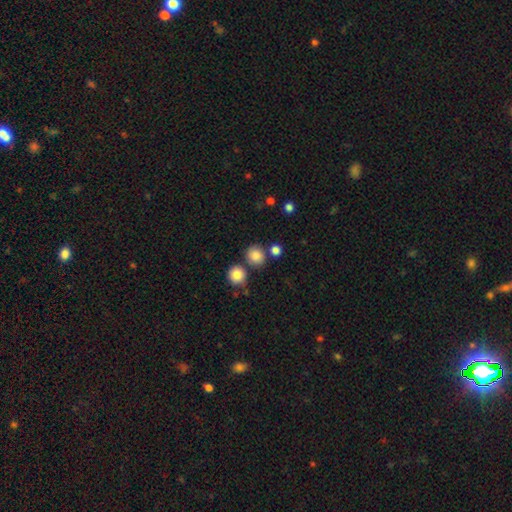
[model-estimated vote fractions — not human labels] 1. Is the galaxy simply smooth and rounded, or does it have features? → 84% smooth, 11% star or artifact, 6% featured or disk.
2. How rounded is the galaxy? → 86% round, 14% in between, 1% cigar-shaped.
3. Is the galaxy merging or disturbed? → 72% none, 14% merger, 10% minor disturbance, 4% major disturbance.